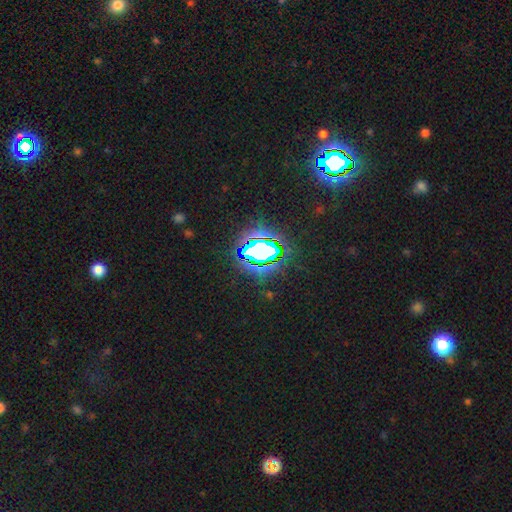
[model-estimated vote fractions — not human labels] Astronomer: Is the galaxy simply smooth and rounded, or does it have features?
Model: star or artifact — 72%.